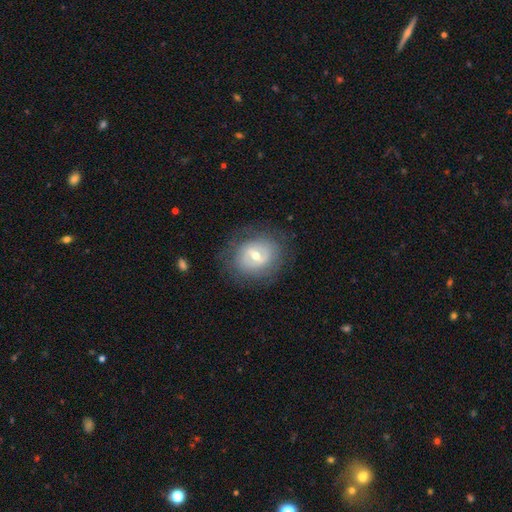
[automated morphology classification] Smooth or featured? featured or disk (64%)
Edge-on disk? no (95%)
Bar? weak (46%)
Spiral arms? no (53%)
Bulge size? moderate (63%)
Merging? none (78%)